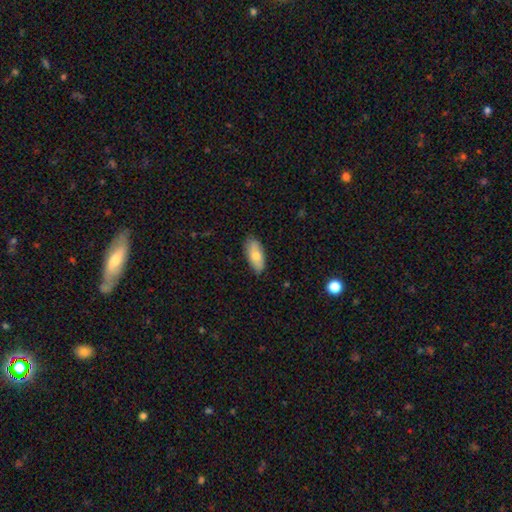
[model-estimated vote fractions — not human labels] smooth 73%, featured or disk 21%, star or artifact 6%. Down the decision tree: how rounded — in between (86%); merging — none (84%).